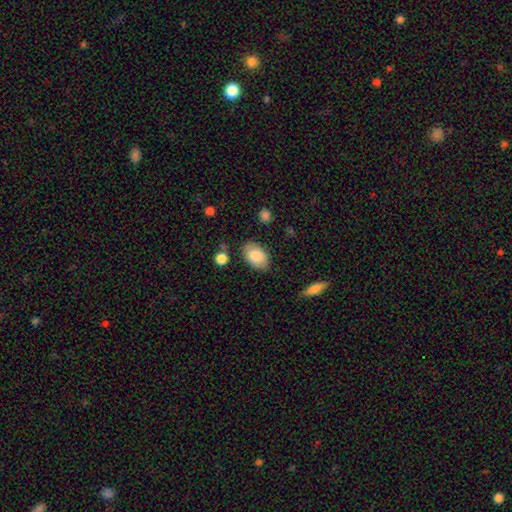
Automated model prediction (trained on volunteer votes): Q: Smooth or featured?
A: smooth (84%); runner-up: featured or disk (10%)
Q: How rounded?
A: in between (90%); runner-up: round (8%)
Q: Merging?
A: none (80%); runner-up: minor disturbance (14%)